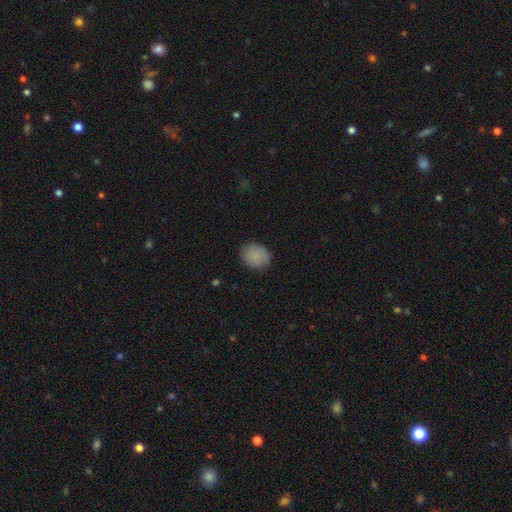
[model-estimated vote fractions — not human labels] Smooth or featured?
  - smooth: 85% *
  - star or artifact: 8%
  - featured or disk: 7%
How rounded?
  - round: 56% *
  - in between: 43%
  - cigar-shaped: 1%
Merging?
  - none: 81% *
  - minor disturbance: 15%
  - major disturbance: 3%
  - merger: 1%